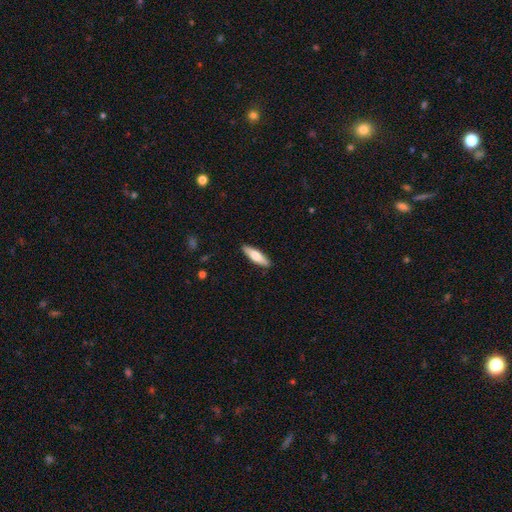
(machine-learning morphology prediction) Smooth or featured? smooth (66%)
How rounded? cigar-shaped (62%)
Merging? none (90%)